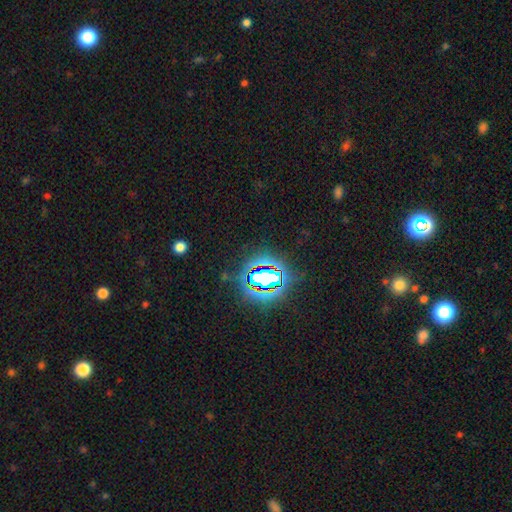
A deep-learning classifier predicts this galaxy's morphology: This appears to be a star or artifact, not a galaxy (75%).